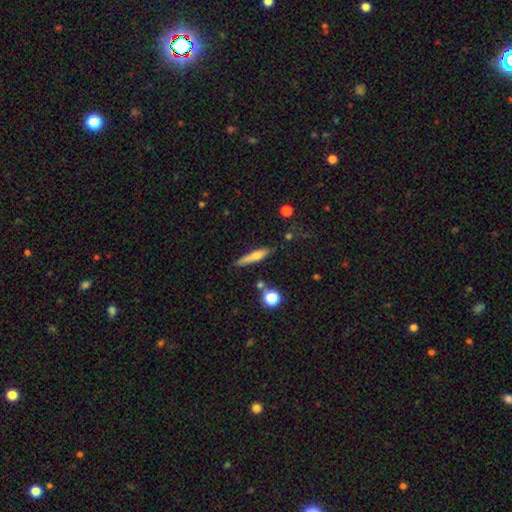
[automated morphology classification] A smooth galaxy with no disk features (59%) that is cigar-shaped (85%).

Vote fractions:
- Smooth or featured? smooth: 59% / featured or disk: 33% / star or artifact: 8%
- How rounded? cigar-shaped: 85% / in between: 12% / round: 3%
- Merging? none: 77% / minor disturbance: 15% / merger: 4% / major disturbance: 4%